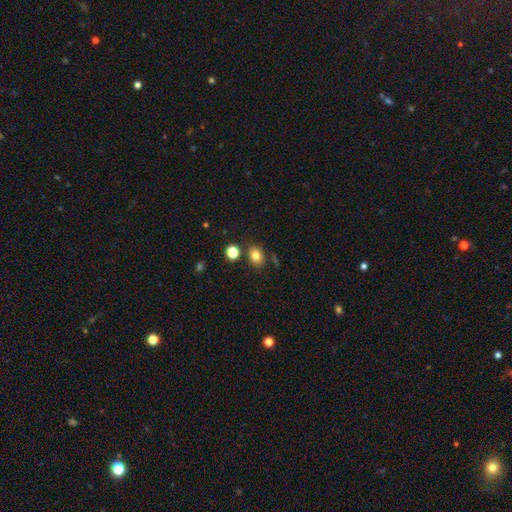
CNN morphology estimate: smooth-or-featured: smooth: 81% | star or artifact: 12% | featured or disk: 7%
  how-rounded: in between: 56% | round: 43% | cigar-shaped: 1%
  merging: none: 79% | minor disturbance: 11% | merger: 7% | major disturbance: 3%